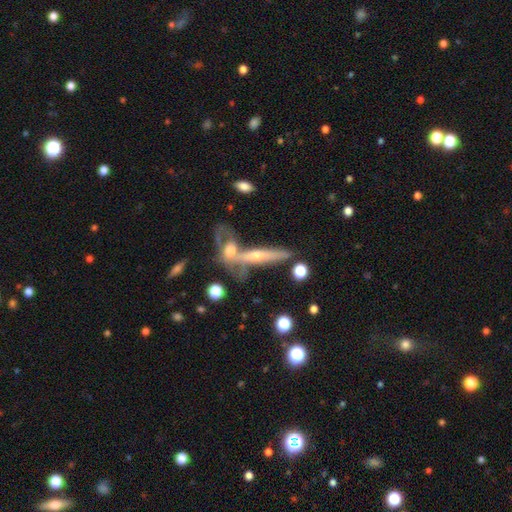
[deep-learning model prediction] A featured or disk galaxy (61%) viewed edge-on (85%) with a rounded central bulge (77%).

Vote fractions:
- Smooth or featured? featured or disk: 61% / smooth: 29% / star or artifact: 9%
- Edge-on disk? yes: 85% / no: 15%
- Edge-on bulge? rounded: 77% / none: 18% / boxy: 5%
- Merging? none: 48% / merger: 35% / minor disturbance: 12% / major disturbance: 5%